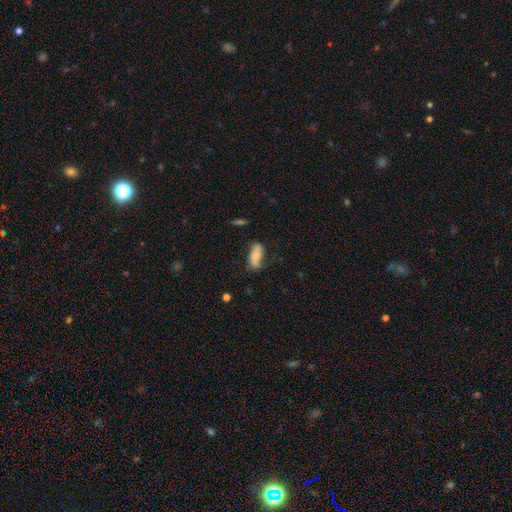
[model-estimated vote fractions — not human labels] smooth 58%, featured or disk 35%, star or artifact 7%. Down the decision tree: how rounded — in between (83%); merging — none (59%).